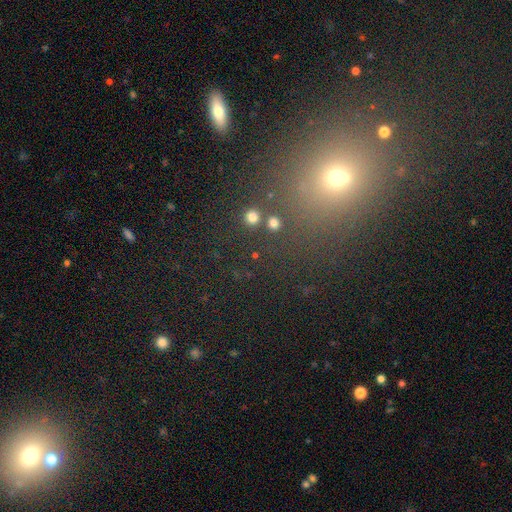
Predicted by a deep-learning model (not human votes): Smooth or featured? smooth (53%)
How rounded? round (89%)
Merging? none (80%)